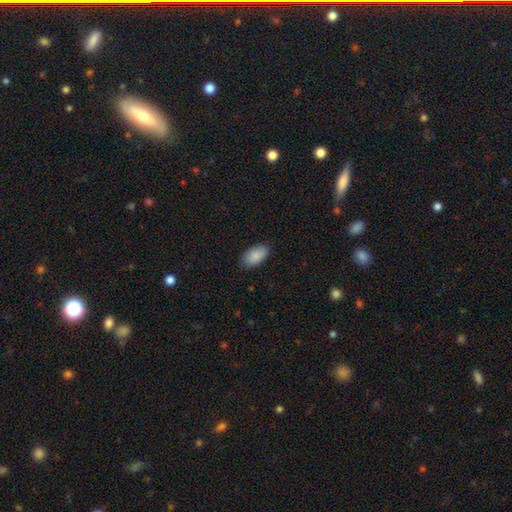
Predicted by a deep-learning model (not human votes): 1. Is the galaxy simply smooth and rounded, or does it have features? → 89% smooth, 6% star or artifact, 5% featured or disk.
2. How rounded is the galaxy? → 95% in between, 3% round, 2% cigar-shaped.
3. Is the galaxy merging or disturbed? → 85% none, 12% minor disturbance, 2% major disturbance, 1% merger.